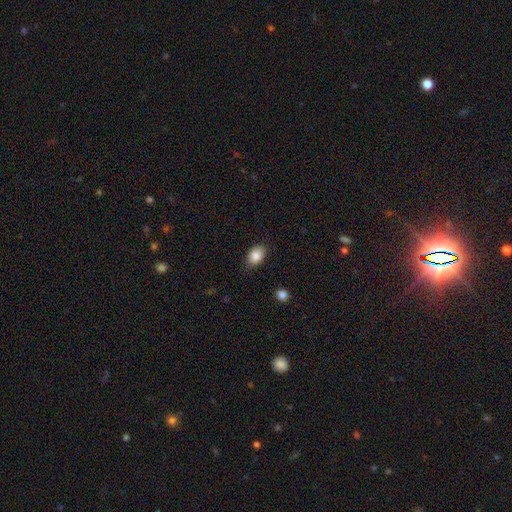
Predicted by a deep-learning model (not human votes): Smooth or featured? Predicted: smooth (p=0.87). How rounded? Predicted: in between (p=0.82). Merging? Predicted: none (p=0.82).